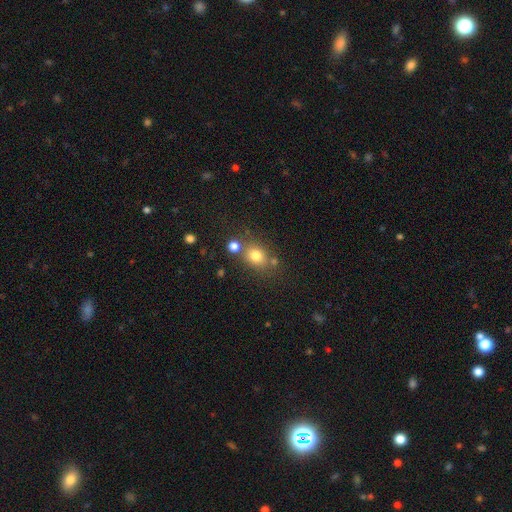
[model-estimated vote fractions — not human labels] Overall: smooth (76%). How rounded: round (58%; in between 41%). Merging: none (67%).